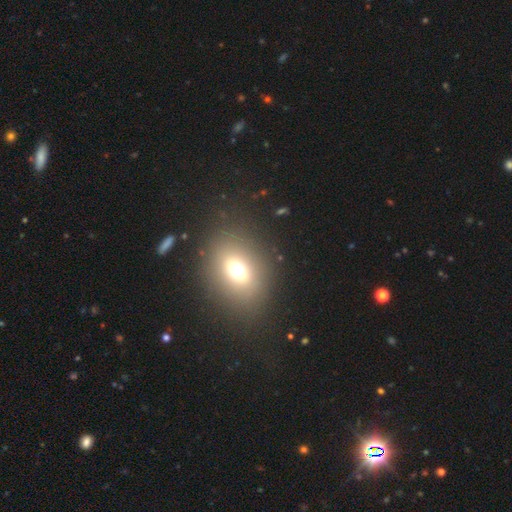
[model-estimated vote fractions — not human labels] smooth_or_featured: smooth (p=0.64) [alt: star or artifact p=0.21]
how_rounded: in between (p=0.66) [alt: round p=0.31]
merging: none (p=0.86) [alt: minor disturbance p=0.09]